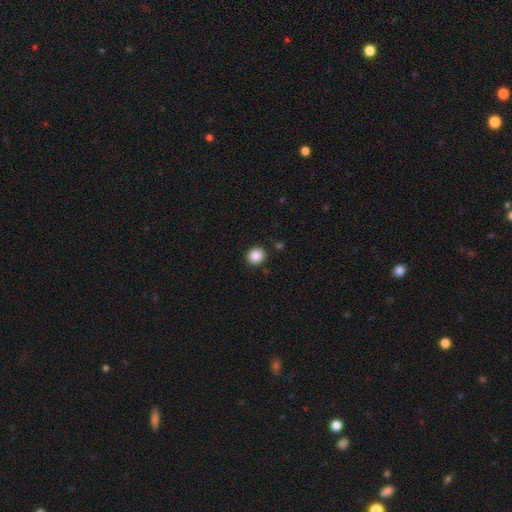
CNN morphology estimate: smooth 88%, star or artifact 9%, featured or disk 3%. Down the decision tree: how rounded — round (81%); merging — none (89%).